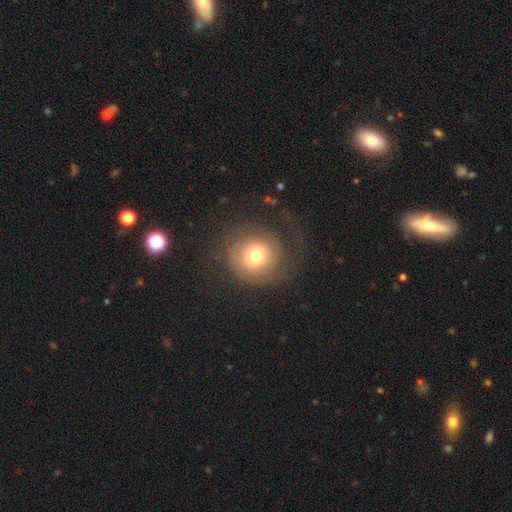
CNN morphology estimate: type=smooth (60%); roundness=round (90%); merging=none (61%).